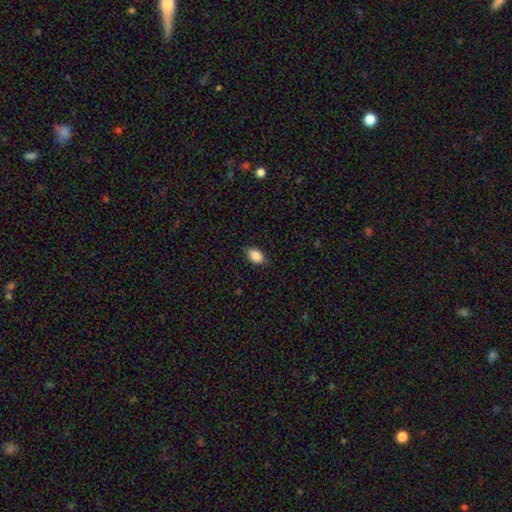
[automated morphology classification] A smooth galaxy with no disk features (89%) that is in between round and cigar-shaped (87%).

Vote fractions:
- Smooth or featured? smooth: 89% / star or artifact: 7% / featured or disk: 4%
- How rounded? in between: 87% / round: 11% / cigar-shaped: 1%
- Merging? none: 85% / minor disturbance: 12% / major disturbance: 3% / merger: 1%